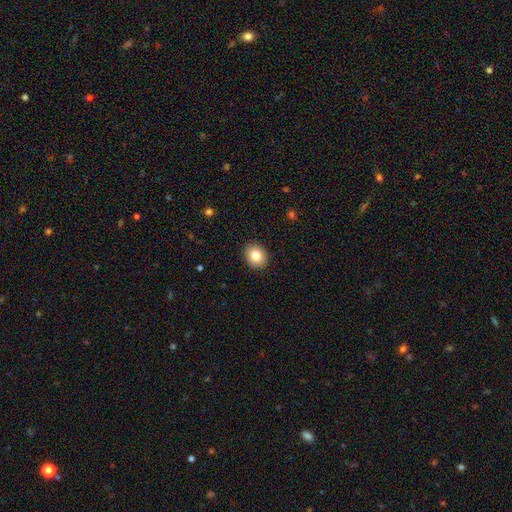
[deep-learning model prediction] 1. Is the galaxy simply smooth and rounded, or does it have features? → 83% smooth, 9% star or artifact, 9% featured or disk.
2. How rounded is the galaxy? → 56% round, 43% in between, 1% cigar-shaped.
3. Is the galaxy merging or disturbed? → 91% none, 7% minor disturbance, 2% major disturbance, 1% merger.